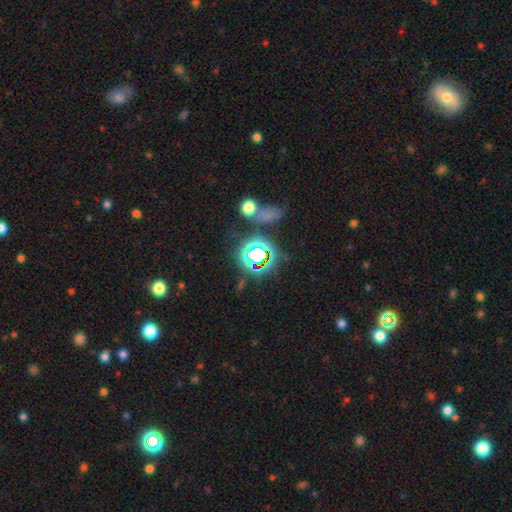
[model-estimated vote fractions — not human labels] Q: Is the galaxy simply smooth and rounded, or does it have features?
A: star or artifact — 67%.